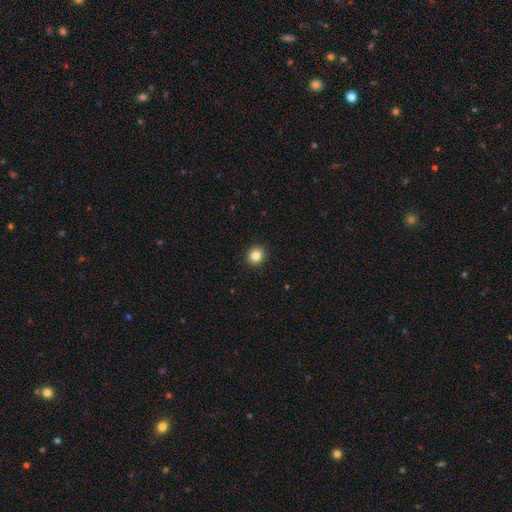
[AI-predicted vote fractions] Overall: smooth (84%). How rounded: round (83%). Merging: none (92%).